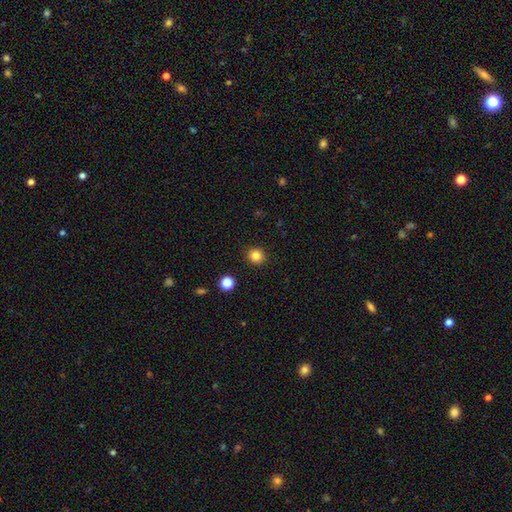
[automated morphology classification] Smooth or featured? Predicted: smooth (p=0.83). How rounded? Predicted: round (p=0.89). Merging? Predicted: none (p=0.92).